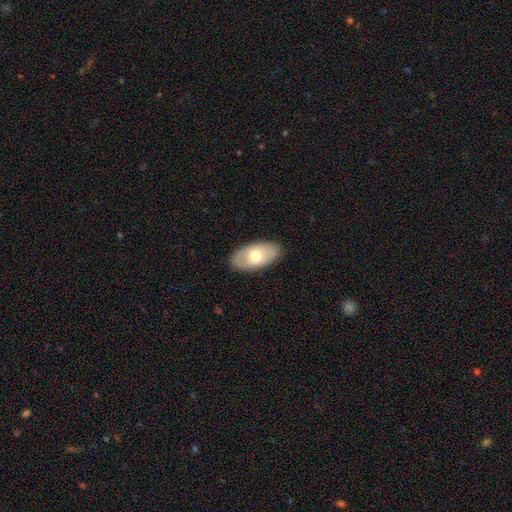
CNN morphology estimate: type=smooth (64%); roundness=in between (94%); merging=none (87%).